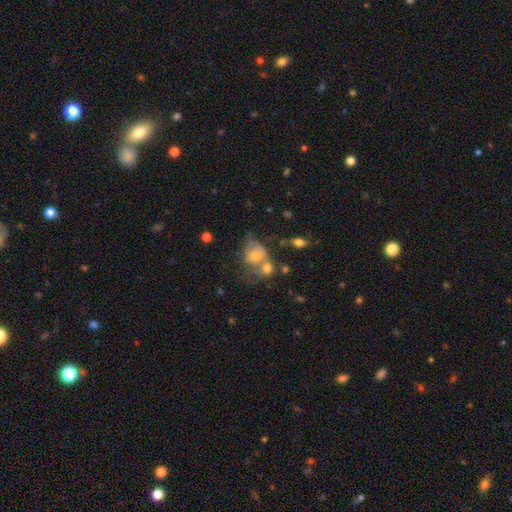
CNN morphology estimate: smooth_or_featured: smooth (p=0.46) [alt: featured or disk p=0.41]
merging: merger (p=0.42) [alt: none p=0.25]